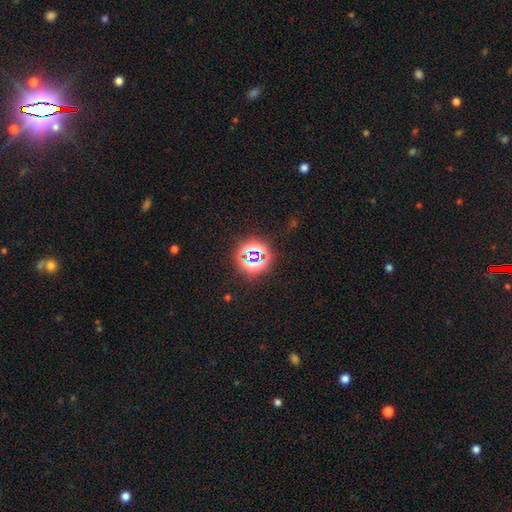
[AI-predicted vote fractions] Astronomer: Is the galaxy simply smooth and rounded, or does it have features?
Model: star or artifact — 74%.